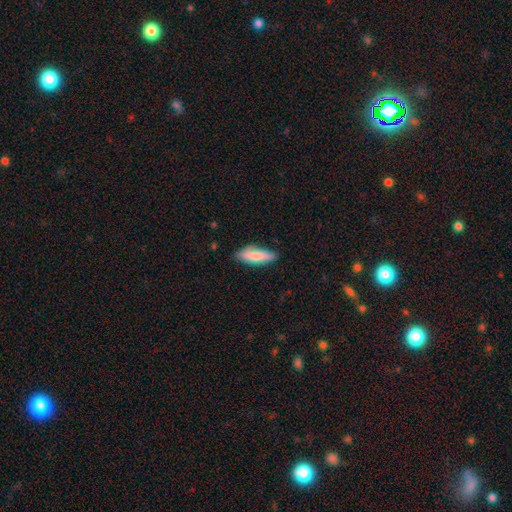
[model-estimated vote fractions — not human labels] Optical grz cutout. It shows a smooth galaxy with no disk features (77%) that is in between round and cigar-shaped (49%, tied with cigar-shaped). Merging: none (77%).